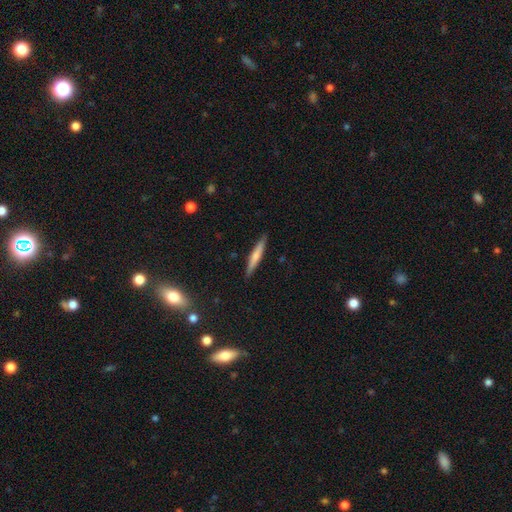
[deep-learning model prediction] Smooth or featured? smooth (62%)
How rounded? cigar-shaped (94%)
Merging? none (90%)